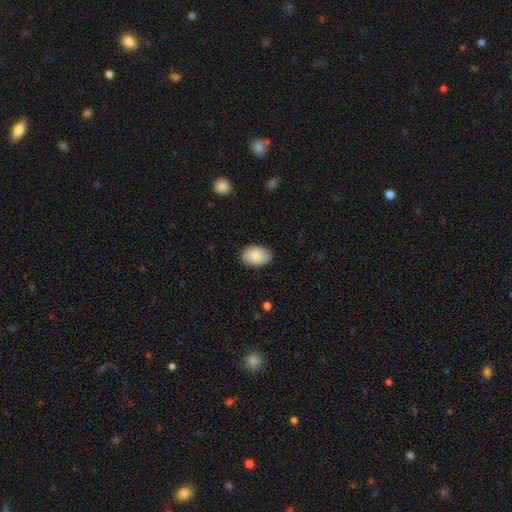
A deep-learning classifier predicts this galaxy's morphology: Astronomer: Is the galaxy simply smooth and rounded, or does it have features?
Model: smooth — 85%.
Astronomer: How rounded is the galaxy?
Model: in between — 89%.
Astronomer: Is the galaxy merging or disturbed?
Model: none — 84%.